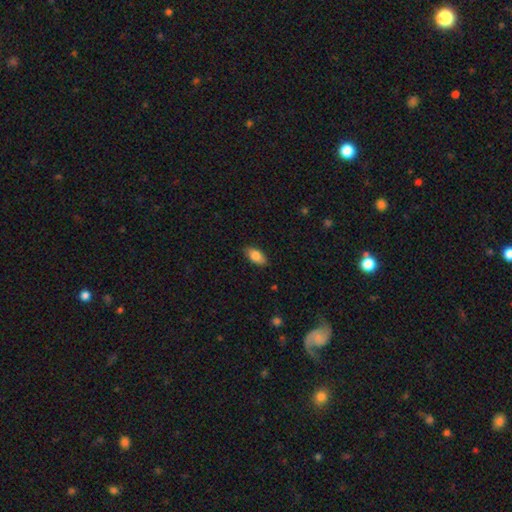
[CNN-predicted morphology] This is clearly a smooth galaxy (83%). How rounded: clearly in between (91%). Merging: clearly none (87%).